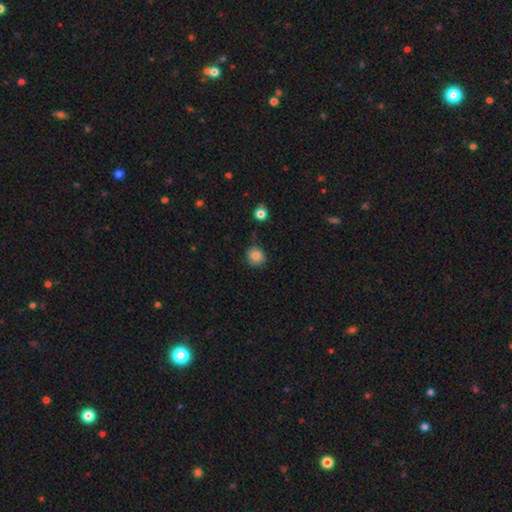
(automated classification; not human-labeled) smooth-or-featured: smooth: 84% | star or artifact: 10% | featured or disk: 5%
  how-rounded: round: 81% | in between: 18% | cigar-shaped: 1%
  merging: none: 77% | minor disturbance: 17% | major disturbance: 3% | merger: 3%